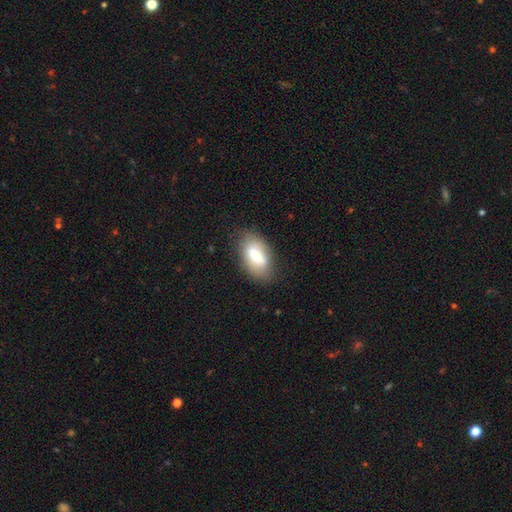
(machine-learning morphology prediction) The model was most divided on "merging": none: 74%, minor disturbance: 18%, major disturbance: 6%, merger: 2%. More confident: how rounded — in between (91%); smooth or featured — smooth (76%).